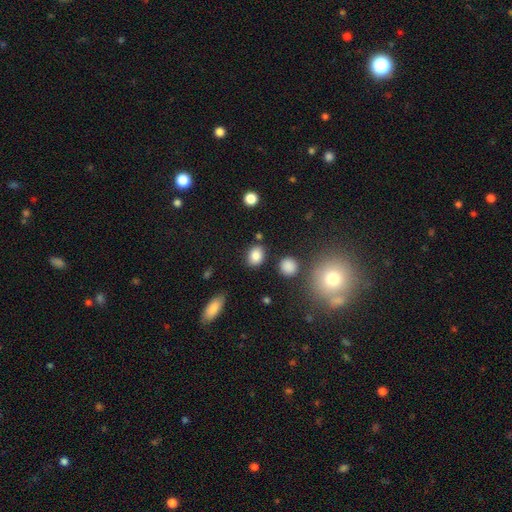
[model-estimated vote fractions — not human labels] Q: Smooth or featured?
A: smooth (84%); runner-up: star or artifact (10%)
Q: How rounded?
A: in between (59%); runner-up: round (40%)
Q: Merging?
A: none (82%); runner-up: minor disturbance (11%)